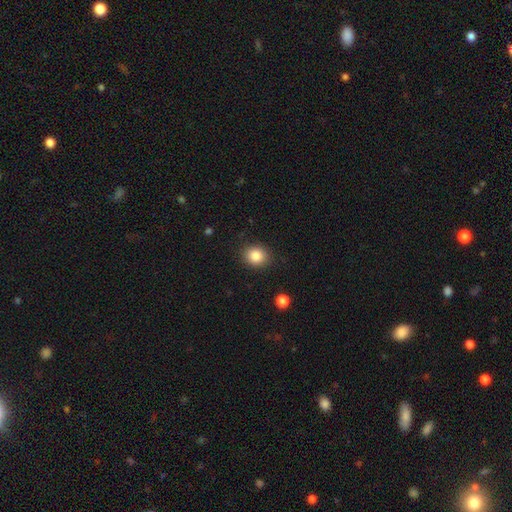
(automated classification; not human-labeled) A smooth galaxy with no disk features (85%) that is round (71%).

Vote fractions:
- Smooth or featured? smooth: 85% / star or artifact: 10% / featured or disk: 5%
- How rounded? round: 71% / in between: 29% / cigar-shaped: 1%
- Merging? none: 88% / minor disturbance: 8% / major disturbance: 2% / merger: 1%